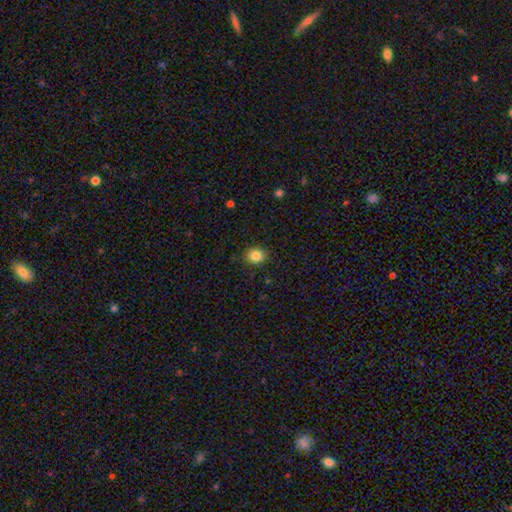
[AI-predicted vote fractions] Smooth or featured: smooth — 85% (star or artifact — 10%)
How rounded: round — 67% (in between — 32%)
Merging: none — 88% (minor disturbance — 8%)